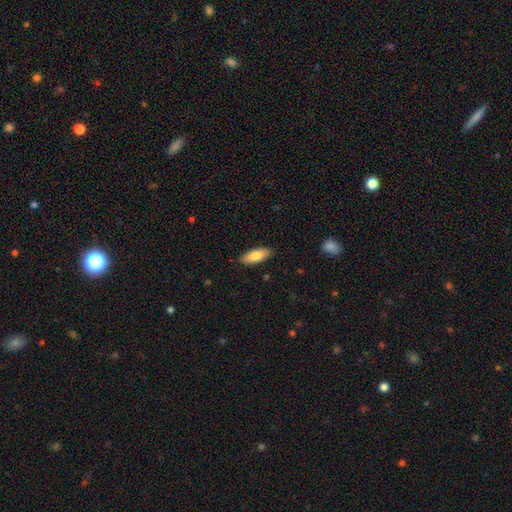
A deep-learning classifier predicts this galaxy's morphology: Smooth or featured? Predicted: smooth (p=0.80). How rounded? Predicted: in between (p=0.79). Merging? Predicted: none (p=0.88).